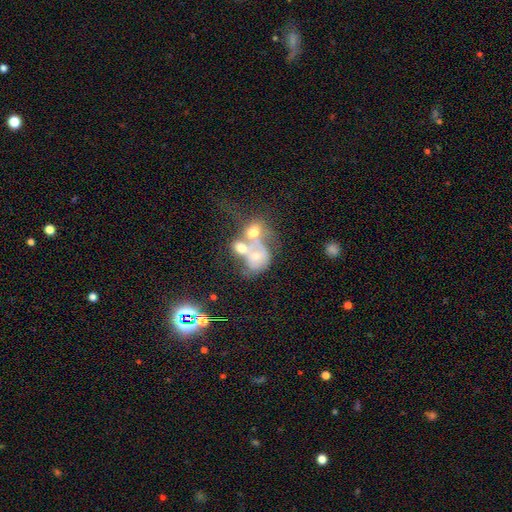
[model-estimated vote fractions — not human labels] Smooth or featured? Predicted: featured or disk (p=0.44). Merging? Predicted: merger (p=0.66).